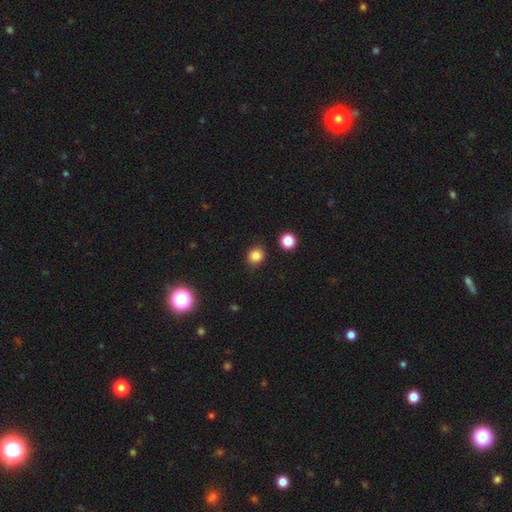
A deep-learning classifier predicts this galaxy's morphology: Q: Smooth or featured?
A: smooth (84%); runner-up: star or artifact (12%)
Q: How rounded?
A: round (82%); runner-up: in between (17%)
Q: Merging?
A: none (87%); runner-up: minor disturbance (9%)